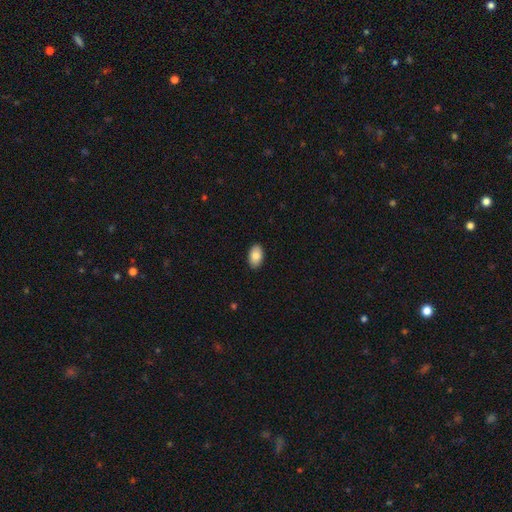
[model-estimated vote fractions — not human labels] The model was most divided on "smooth or featured": smooth: 86%, featured or disk: 7%, star or artifact: 6%. More confident: how rounded — in between (94%); merging — none (89%).